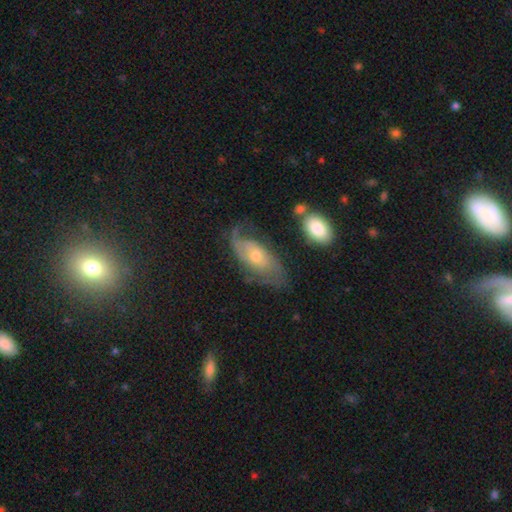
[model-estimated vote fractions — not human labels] Smooth or featured? Predicted: featured or disk (p=0.70). Edge-on disk? Predicted: no (p=0.91). Bar? Predicted: no (p=0.72). Spiral arms? Predicted: yes (p=0.86). Spiral winding? Predicted: medium (p=0.38). Spiral arm count? Predicted: 2 (p=0.56). Bulge size? Predicted: moderate (p=0.50). Merging? Predicted: none (p=0.52).